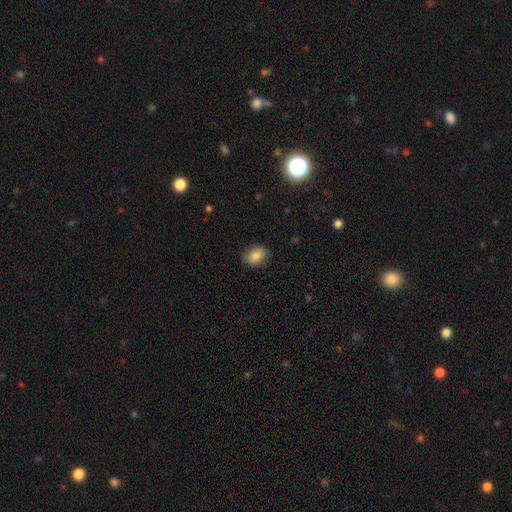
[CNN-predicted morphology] Overall: smooth (86%). How rounded: in between (70%). Merging: none (84%).